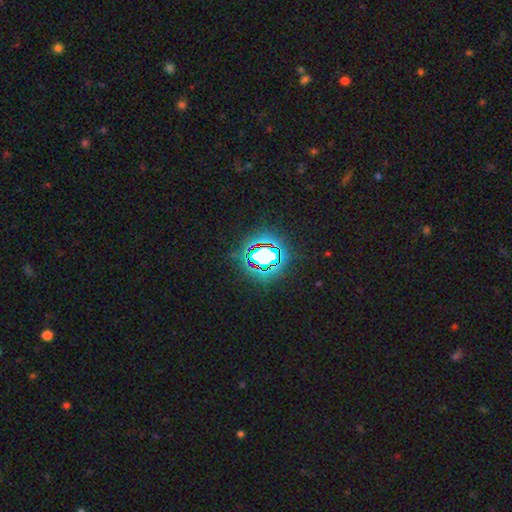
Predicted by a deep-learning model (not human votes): Smooth or featured? star or artifact (78%)